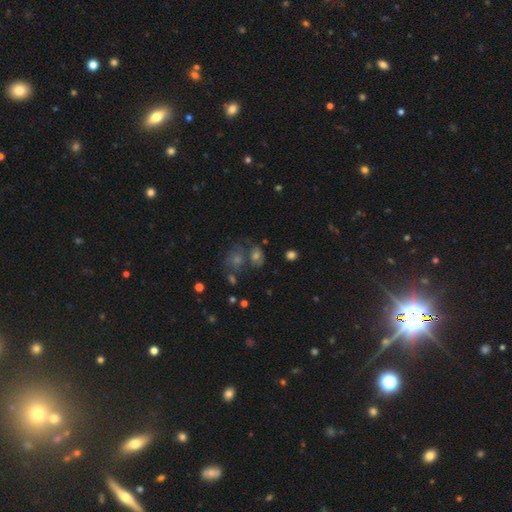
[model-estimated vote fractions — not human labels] A smooth galaxy with no disk features (50%) that is round (54%). Merging: none (50%).